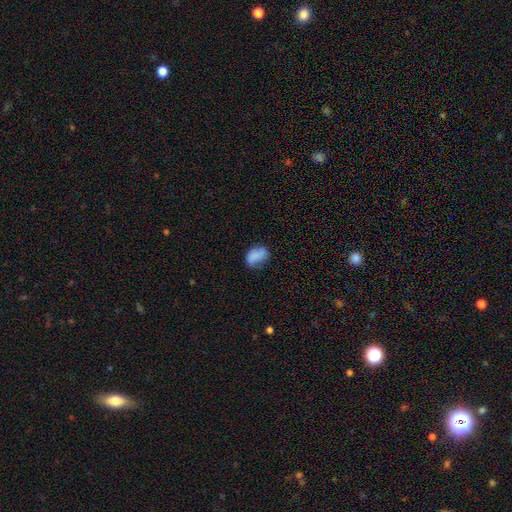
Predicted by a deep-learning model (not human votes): Overall: smooth (79%). How rounded: in between (80%). Merging: none (51%; minor disturbance 33%).